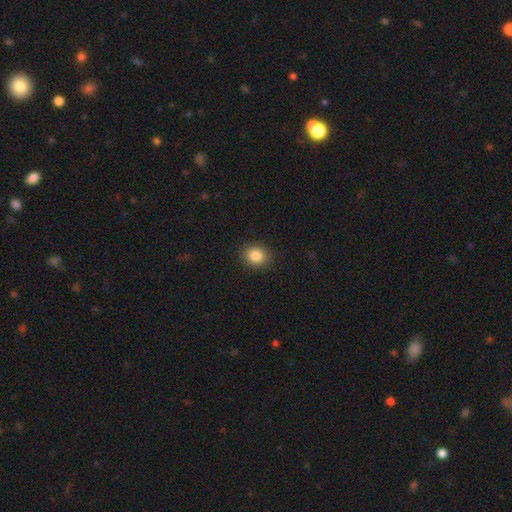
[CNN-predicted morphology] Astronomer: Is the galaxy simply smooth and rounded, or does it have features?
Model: smooth — 86%.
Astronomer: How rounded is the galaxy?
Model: round — 67%.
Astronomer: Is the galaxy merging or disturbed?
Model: none — 89%.